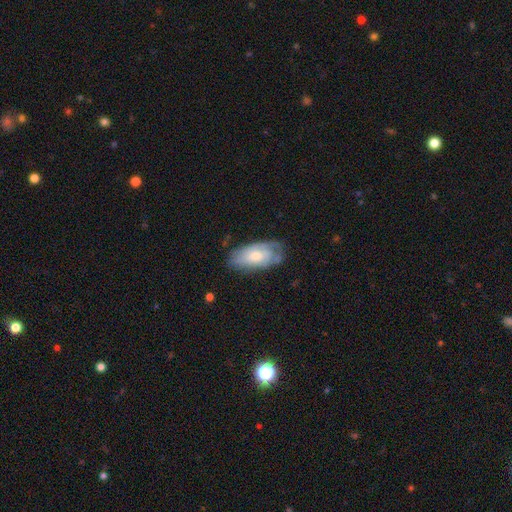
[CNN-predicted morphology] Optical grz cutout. It shows a featured or disk galaxy (52%). Merging: none (62%).